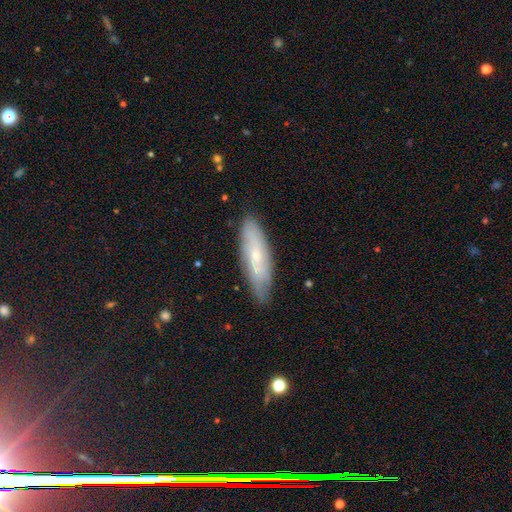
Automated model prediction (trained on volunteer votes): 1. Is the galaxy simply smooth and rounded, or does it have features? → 50% featured or disk, 43% smooth, 7% star or artifact.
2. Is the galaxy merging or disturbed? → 81% none, 15% minor disturbance, 3% major disturbance, 1% merger.